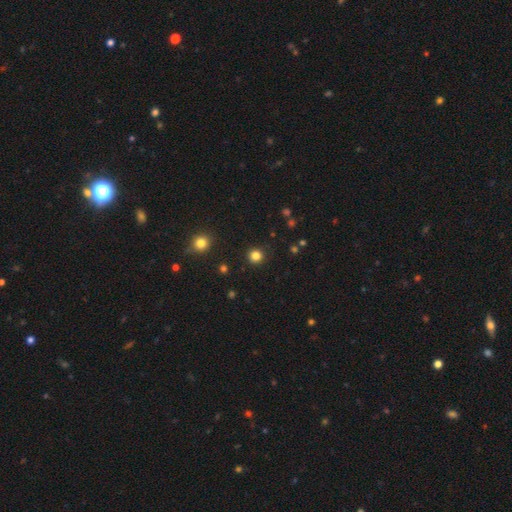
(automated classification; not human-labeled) Smooth or featured?
  - smooth: 83% *
  - star or artifact: 13%
  - featured or disk: 3%
How rounded?
  - round: 93% *
  - in between: 6%
  - cigar-shaped: 1%
Merging?
  - none: 91% *
  - minor disturbance: 5%
  - major disturbance: 2%
  - merger: 1%